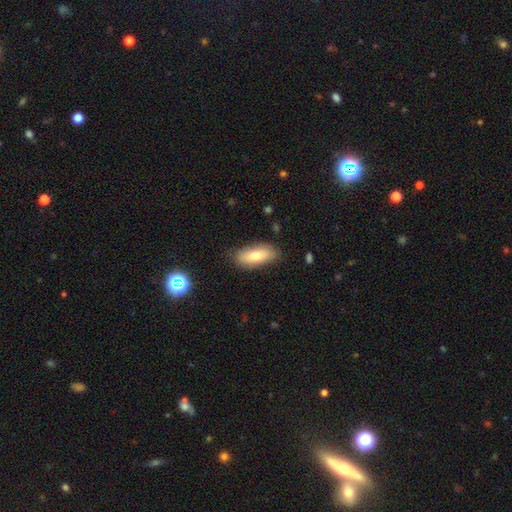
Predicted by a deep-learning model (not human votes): Smooth or featured: smooth — 72% (featured or disk — 20%)
How rounded: in between — 79% (cigar-shaped — 19%)
Merging: none — 81% (minor disturbance — 15%)